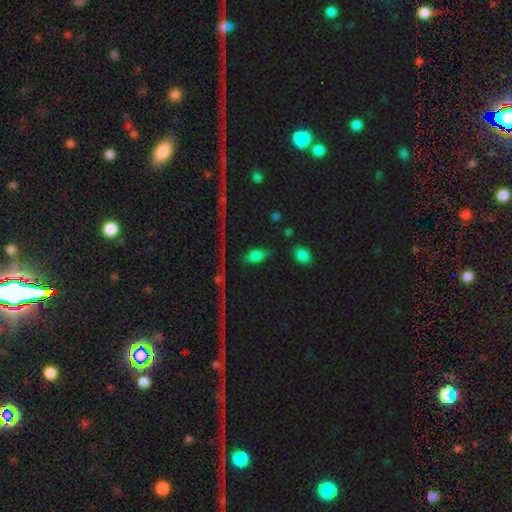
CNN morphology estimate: A smooth galaxy with no disk features (66%) that is in between round and cigar-shaped (82%).

Vote fractions:
- Smooth or featured? smooth: 66% / featured or disk: 17% / star or artifact: 16%
- How rounded? in between: 82% / cigar-shaped: 10% / round: 8%
- Merging? none: 77% / minor disturbance: 14% / major disturbance: 5% / merger: 3%